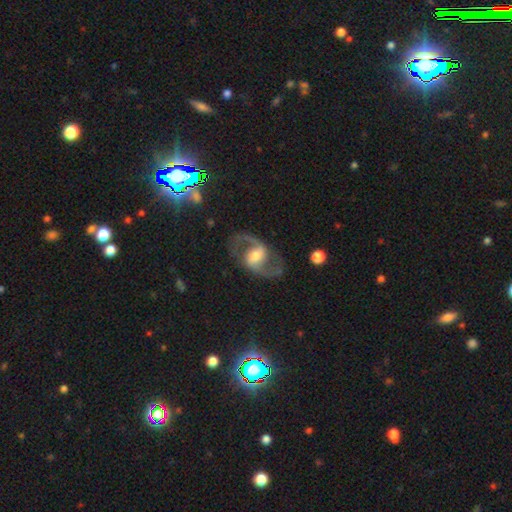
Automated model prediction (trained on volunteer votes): smooth-or-featured: featured or disk: 90% | smooth: 5% | star or artifact: 5%
  disk-edge-on: no: 98% | yes: 2%
    bar: weak: 50% | strong: 29% | no: 21%
    has-spiral-arms: yes: 97% | no: 3%
      spiral-winding: medium: 53% | loose: 38% | tight: 8%
      spiral-arm-count: 2: 94% | can't tell: 2% | 1: 1% | 3: 1% | 4: 1% | more than 4: 1%
    bulge-size: moderate: 61% | small: 21% | large: 14% | none: 2% | dominant: 1%
  merging: none: 81% | minor disturbance: 11% | major disturbance: 6% | merger: 1%